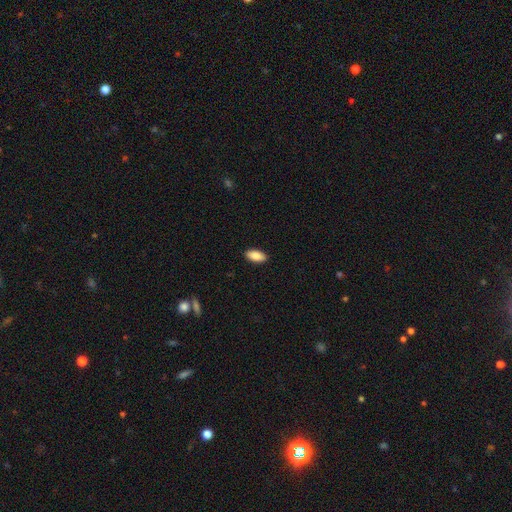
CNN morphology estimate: The model was most divided on "smooth or featured": smooth: 88%, star or artifact: 6%, featured or disk: 6%. More confident: how rounded — in between (91%); merging — none (90%).